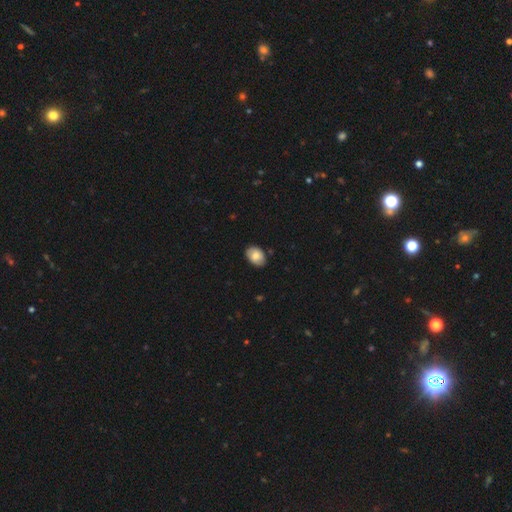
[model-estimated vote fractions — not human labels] Smooth or featured? smooth (74%)
How rounded? in between (80%)
Merging? none (82%)